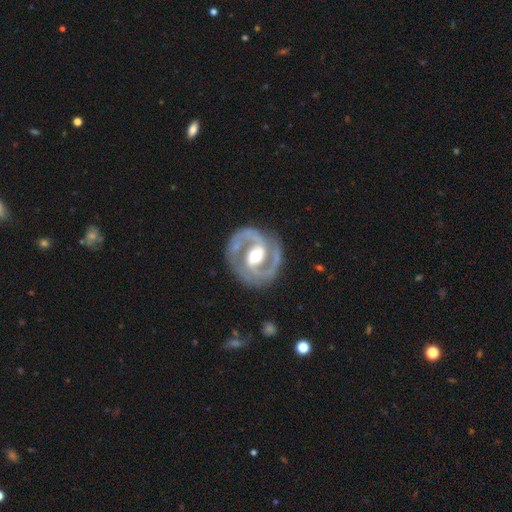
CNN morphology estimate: featured or disk 91%, smooth 5%, star or artifact 4%. Down the decision tree: edge-on disk — no (98%); bar — weak (41%); spiral arms — yes (96%); spiral arm count — 2 (93%); spiral winding — medium (53%); bulge size — moderate (74%); merging — none (84%).